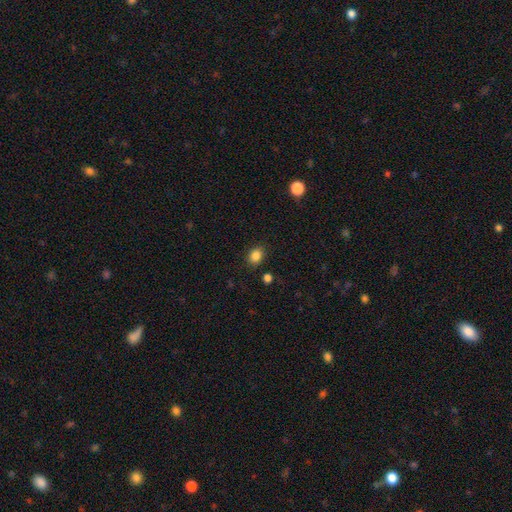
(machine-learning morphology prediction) Smooth or featured? smooth (85%)
How rounded? in between (56%)
Merging? none (84%)